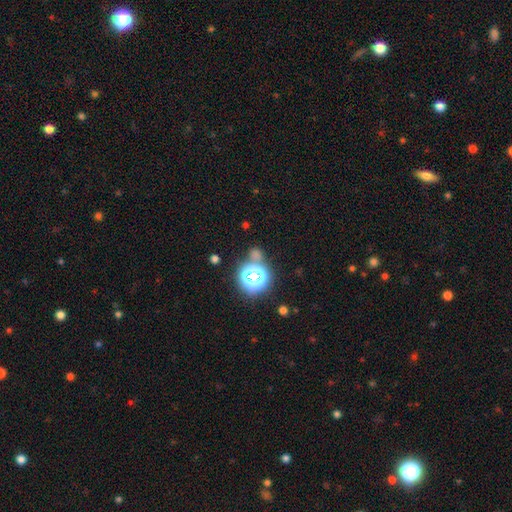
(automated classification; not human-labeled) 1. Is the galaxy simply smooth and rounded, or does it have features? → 49% star or artifact, 43% smooth, 8% featured or disk.